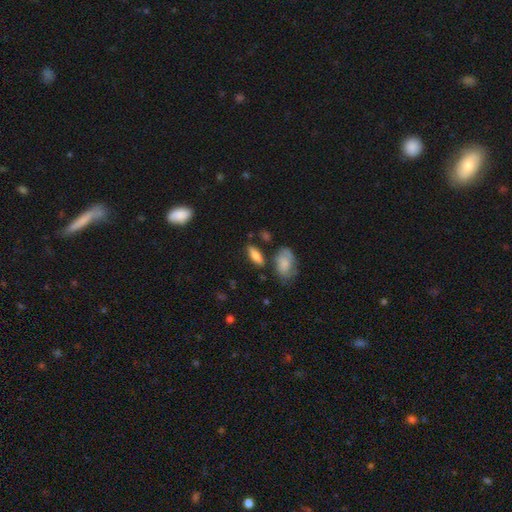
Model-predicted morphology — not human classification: Smooth or featured? Predicted: smooth (p=0.71). How rounded? Predicted: in between (p=0.72). Merging? Predicted: none (p=0.74).